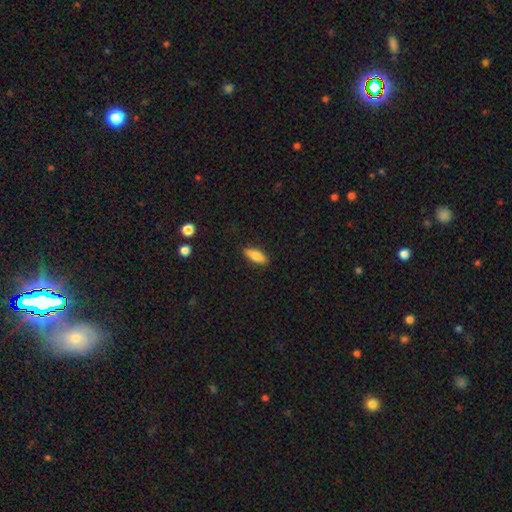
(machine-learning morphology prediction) The model was most divided on "how rounded": in between: 70%, cigar-shaped: 28%, round: 2%. More confident: merging — none (88%); smooth or featured — smooth (85%).